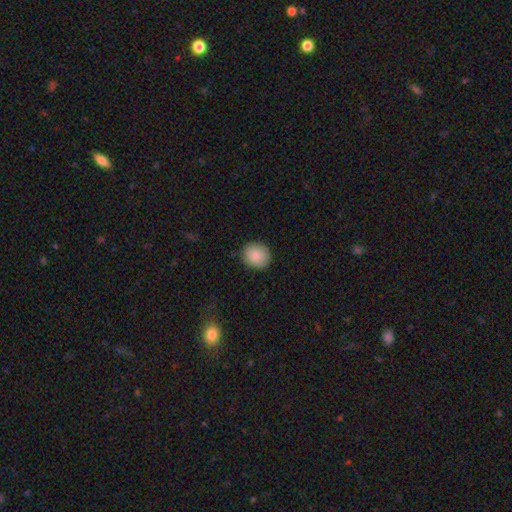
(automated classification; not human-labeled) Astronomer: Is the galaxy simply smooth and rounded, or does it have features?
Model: smooth — 87%.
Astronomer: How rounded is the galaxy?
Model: round — 82%.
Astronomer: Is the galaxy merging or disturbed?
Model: none — 88%.